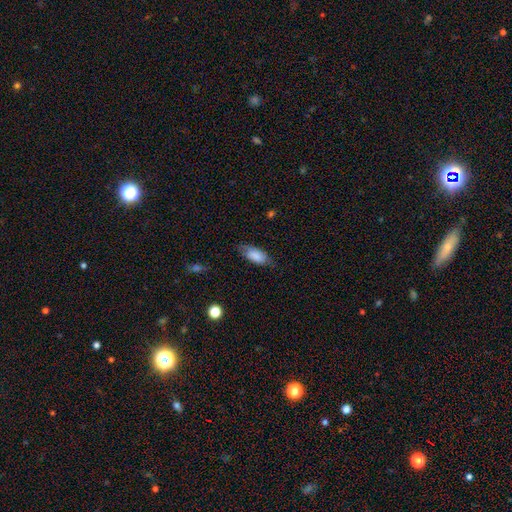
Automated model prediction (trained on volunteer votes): Smooth or featured: smooth — 80% (featured or disk — 13%)
How rounded: in between — 86% (cigar-shaped — 12%)
Merging: none — 68% (minor disturbance — 24%)